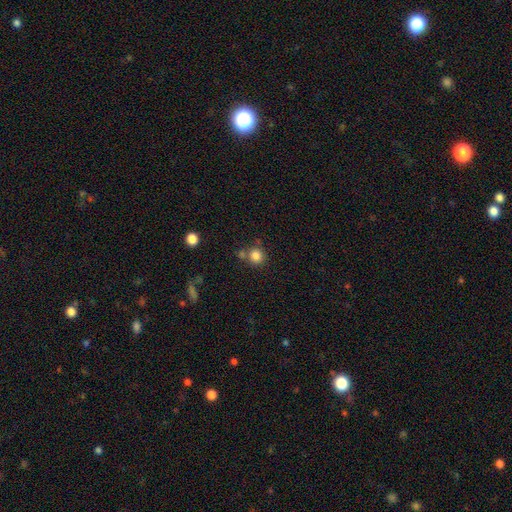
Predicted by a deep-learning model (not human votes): Smooth or featured?
  - smooth: 83% *
  - star or artifact: 11%
  - featured or disk: 6%
How rounded?
  - round: 89% *
  - in between: 10%
  - cigar-shaped: 1%
Merging?
  - none: 68% *
  - merger: 18%
  - minor disturbance: 11%
  - major disturbance: 4%